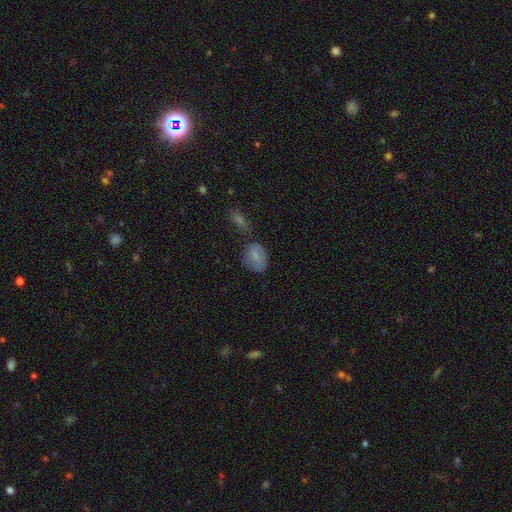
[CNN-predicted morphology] A smooth galaxy with no disk features (74%) that is in between round and cigar-shaped (66%).

Vote fractions:
- Smooth or featured? smooth: 74% / featured or disk: 16% / star or artifact: 9%
- How rounded? in between: 66% / round: 32% / cigar-shaped: 2%
- Merging? none: 51% / minor disturbance: 25% / merger: 14% / major disturbance: 10%